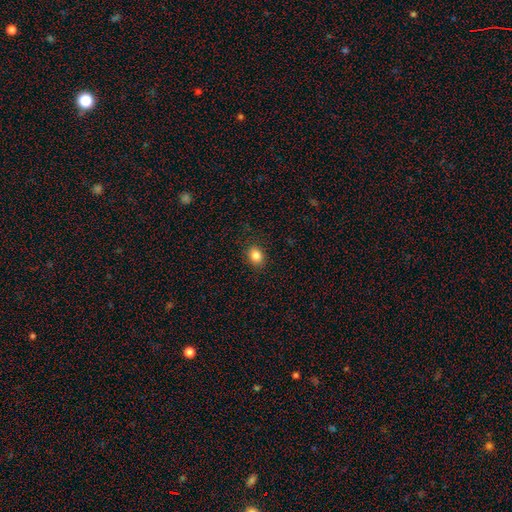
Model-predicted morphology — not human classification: A smooth galaxy with no disk features (84%) that is in between round and cigar-shaped (52%). Merging: none (88%).